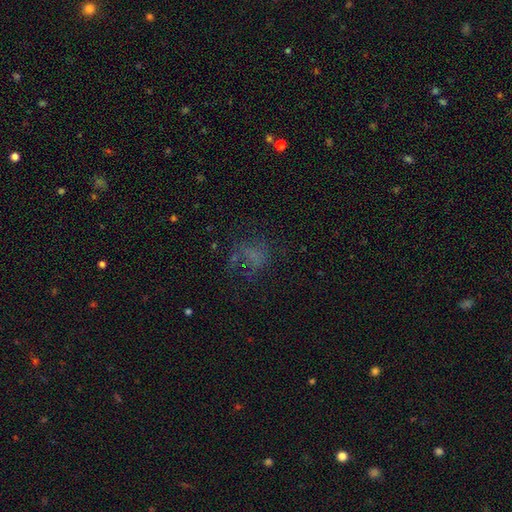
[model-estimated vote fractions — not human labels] smooth-or-featured: smooth: 41% | star or artifact: 35% | featured or disk: 25%
  merging: none: 53% | major disturbance: 26% | minor disturbance: 18% | merger: 4%